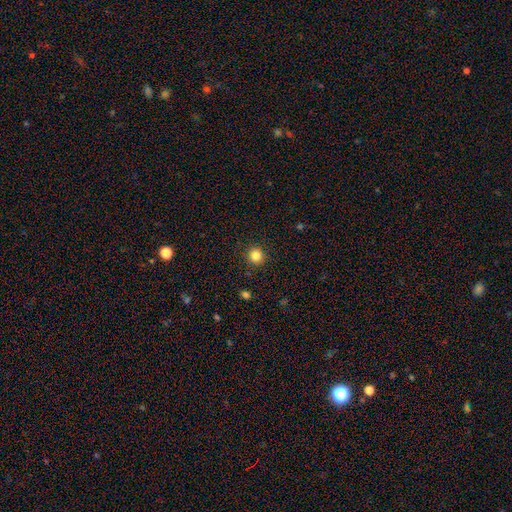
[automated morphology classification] A smooth galaxy with no disk features (83%) that is round (95%). Merging: none (92%).